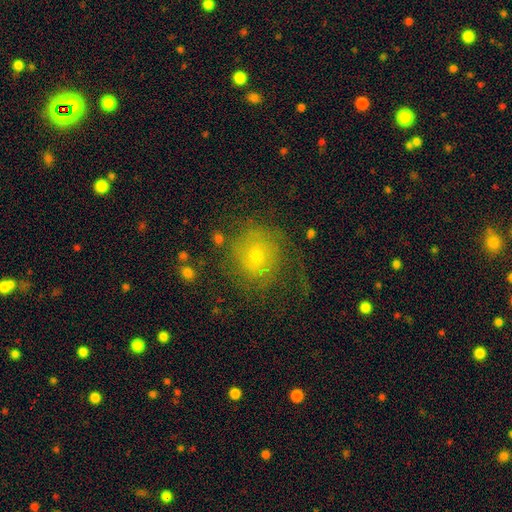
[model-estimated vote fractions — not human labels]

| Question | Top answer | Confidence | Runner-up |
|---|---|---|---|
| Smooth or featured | featured or disk | 45% | smooth (42%) |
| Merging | none | 59% | minor disturbance (19%) |